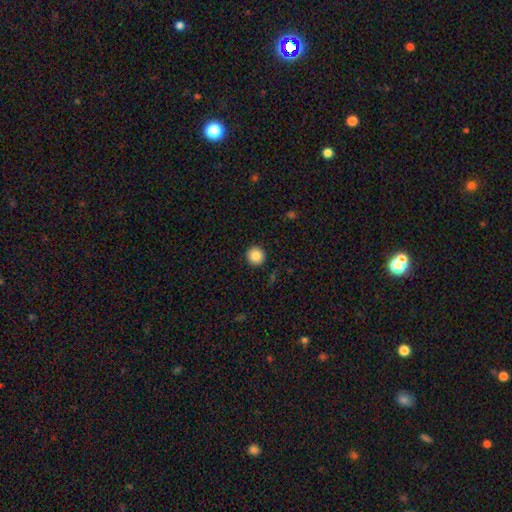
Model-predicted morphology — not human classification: smooth_or_featured: smooth (p=0.86) [alt: star or artifact p=0.09]
how_rounded: round (p=0.95) [alt: in between p=0.04]
merging: none (p=0.92) [alt: minor disturbance p=0.05]